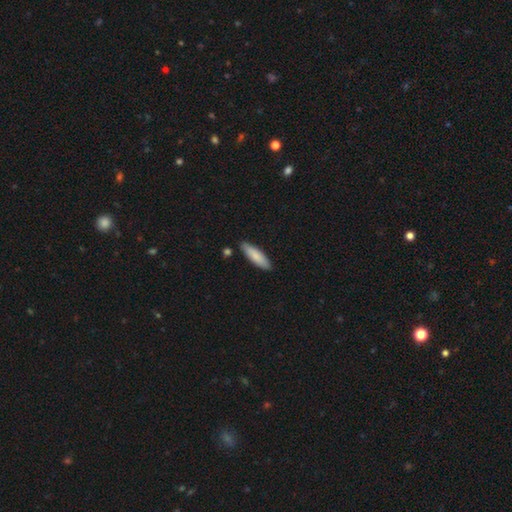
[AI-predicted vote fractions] Smooth or featured? Predicted: smooth (p=0.83). How rounded? Predicted: cigar-shaped (p=0.63). Merging? Predicted: none (p=0.85).